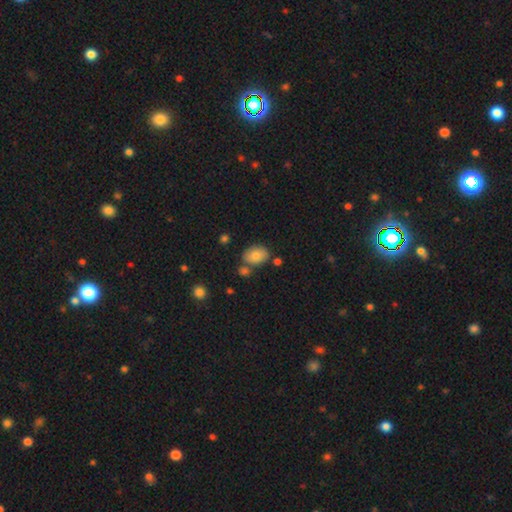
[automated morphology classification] Overall: smooth (78%). How rounded: in between (78%). Merging: none (67%).